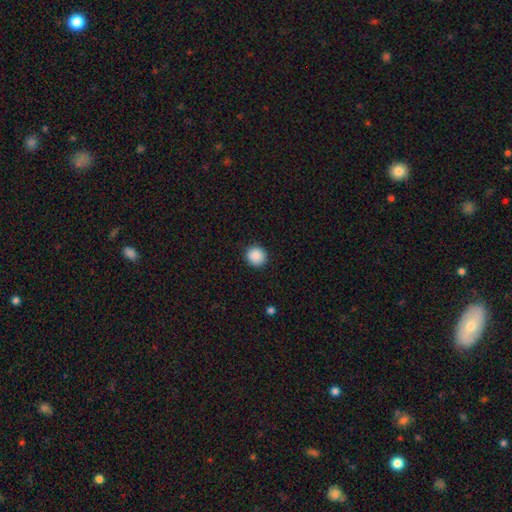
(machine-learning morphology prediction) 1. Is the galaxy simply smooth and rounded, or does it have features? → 89% smooth, 9% star or artifact, 3% featured or disk.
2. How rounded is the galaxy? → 93% round, 6% in between, 1% cigar-shaped.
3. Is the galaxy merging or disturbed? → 92% none, 5% minor disturbance, 2% major disturbance, 1% merger.